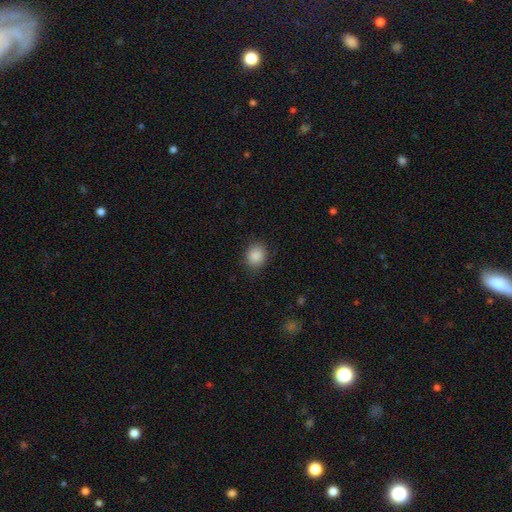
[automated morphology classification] A smooth galaxy with no disk features (88%) that is round (70%). Merging: none (86%).